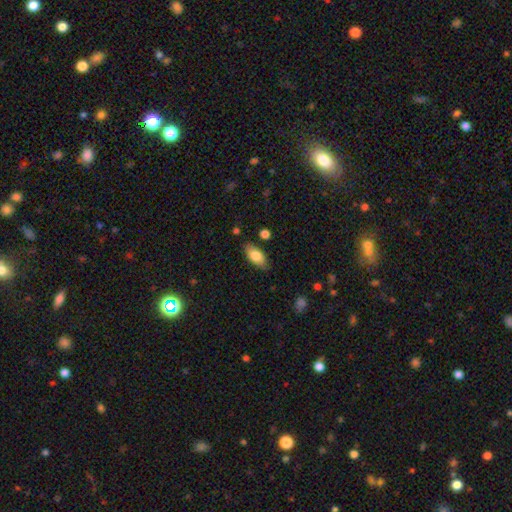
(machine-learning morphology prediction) Overall: smooth (81%). How rounded: in between (88%). Merging: none (82%).